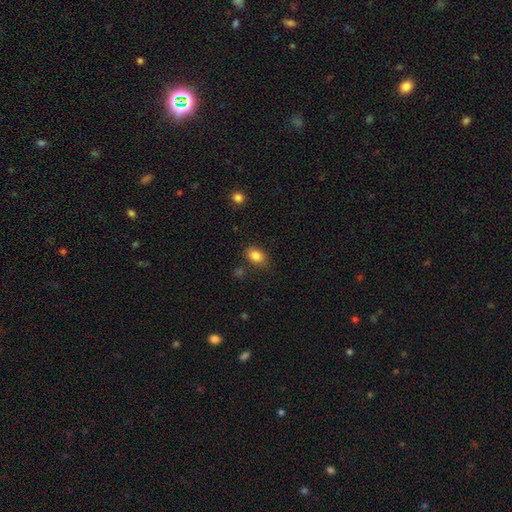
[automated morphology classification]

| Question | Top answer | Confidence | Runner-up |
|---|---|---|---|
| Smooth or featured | smooth | 84% | star or artifact (9%) |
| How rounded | in between | 79% | round (19%) |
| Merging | none | 78% | minor disturbance (15%) |